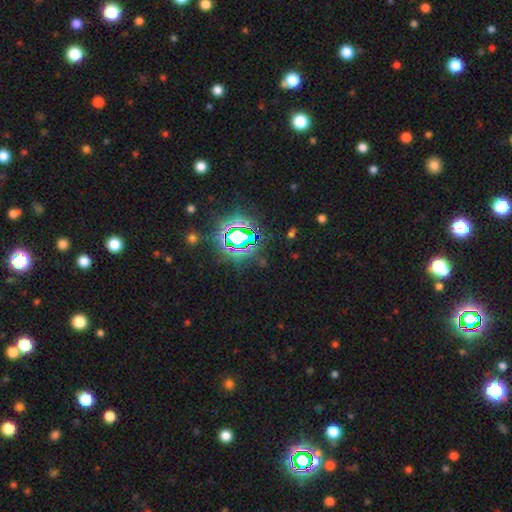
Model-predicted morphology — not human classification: The model was most divided on "smooth or featured": star or artifact: 82%, smooth: 12%, featured or disk: 7%.